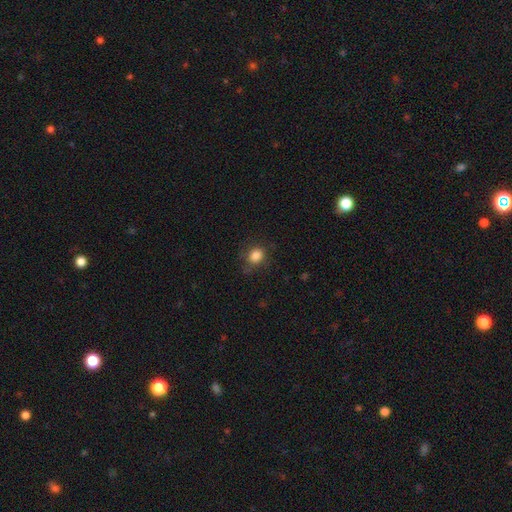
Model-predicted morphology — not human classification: The model was most divided on "how rounded": round: 63%, in between: 36%, cigar-shaped: 1%. More confident: smooth or featured — smooth (84%); merging — none (71%).